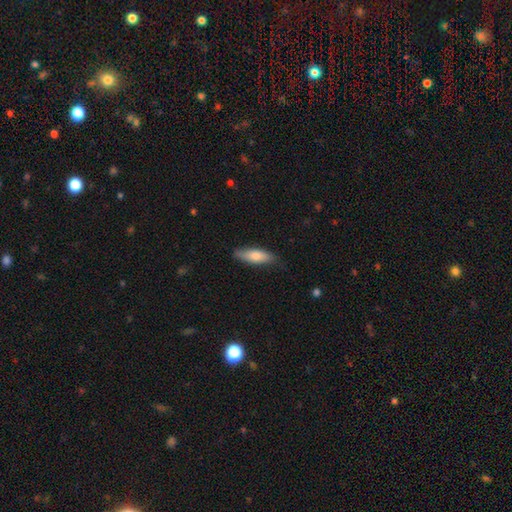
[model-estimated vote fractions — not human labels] This appears to be a smooth galaxy with no disk features (73%) that is in between round and cigar-shaped (51%). Merging: none (81%).